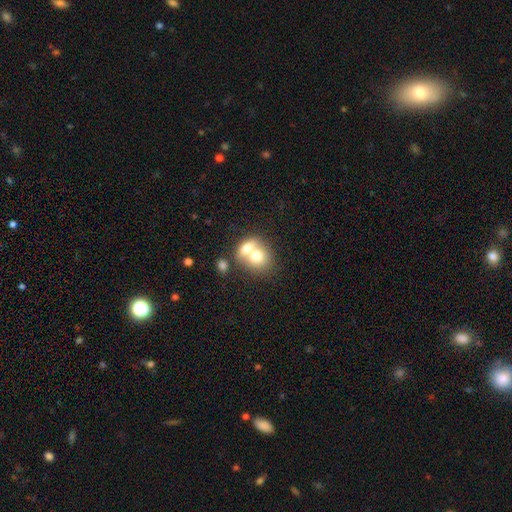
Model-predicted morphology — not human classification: Smooth or featured: smooth — 69% (featured or disk — 22%)
How rounded: round — 57% (in between — 42%)
Merging: merger — 68% (none — 22%)